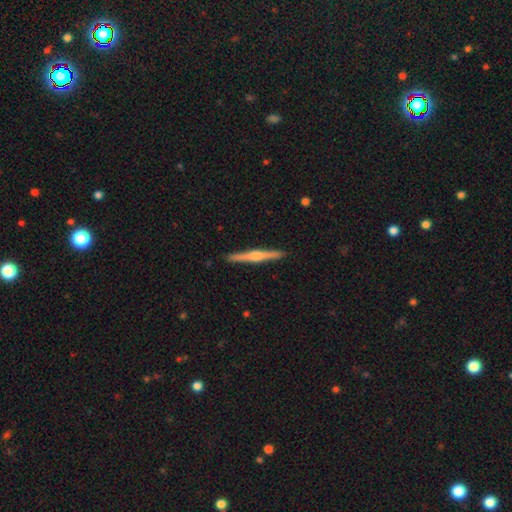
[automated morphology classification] Smooth or featured: featured or disk — 71% (smooth — 23%)
Edge-on disk: yes — 98% (no — 2%)
Edge-on bulge: rounded — 83% (none — 10%)
Merging: none — 91% (minor disturbance — 6%)